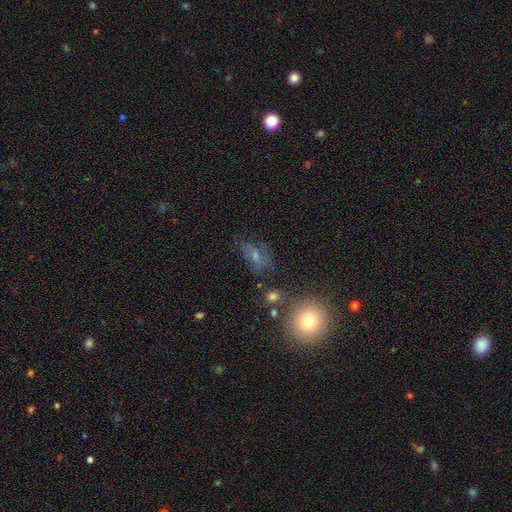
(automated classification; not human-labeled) This is marginally a smooth galaxy (44%). Merging: possibly none (48%).